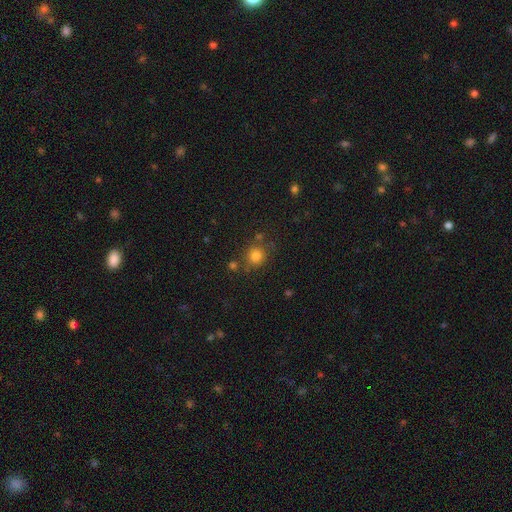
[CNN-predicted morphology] A smooth galaxy with no disk features (80%) that is round (87%).

Vote fractions:
- Smooth or featured? smooth: 80% / star or artifact: 14% / featured or disk: 6%
- How rounded? round: 87% / in between: 12% / cigar-shaped: 1%
- Merging? none: 76% / minor disturbance: 11% / merger: 9% / major disturbance: 4%